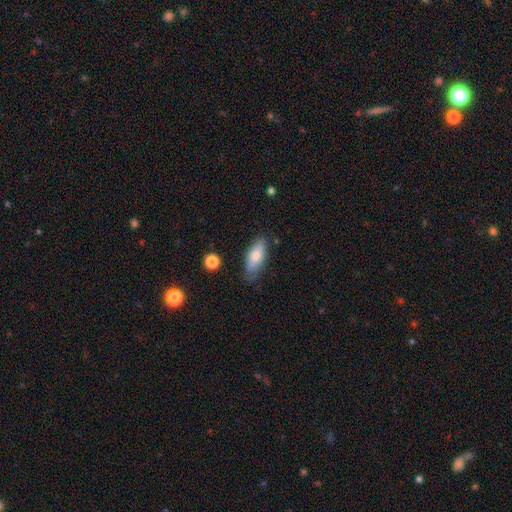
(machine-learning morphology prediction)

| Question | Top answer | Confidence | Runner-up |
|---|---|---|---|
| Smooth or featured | smooth | 70% | featured or disk (23%) |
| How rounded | in between | 73% | cigar-shaped (24%) |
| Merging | none | 75% | minor disturbance (19%) |